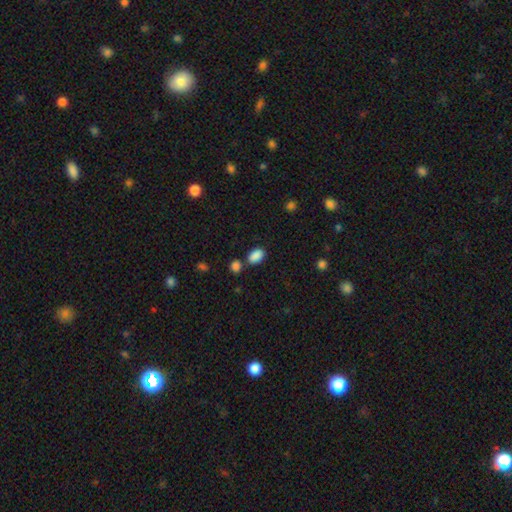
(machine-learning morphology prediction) smooth_or_featured: smooth (p=0.88) [alt: star or artifact p=0.09]
how_rounded: in between (p=0.89) [alt: round p=0.10]
merging: none (p=0.69) [alt: merger p=0.15]